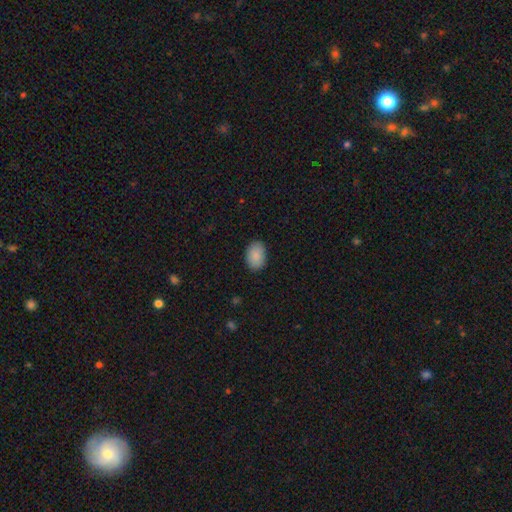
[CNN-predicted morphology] type=smooth (90%); roundness=in between (86%); merging=none (87%).